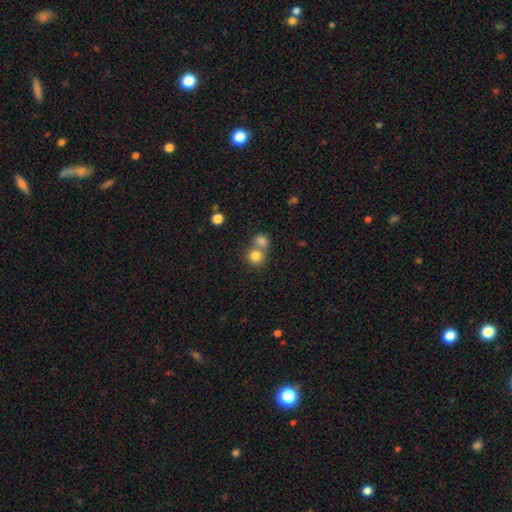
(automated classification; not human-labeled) Overall: smooth (81%). How rounded: round (86%). Merging: none (46%; merger 44%).